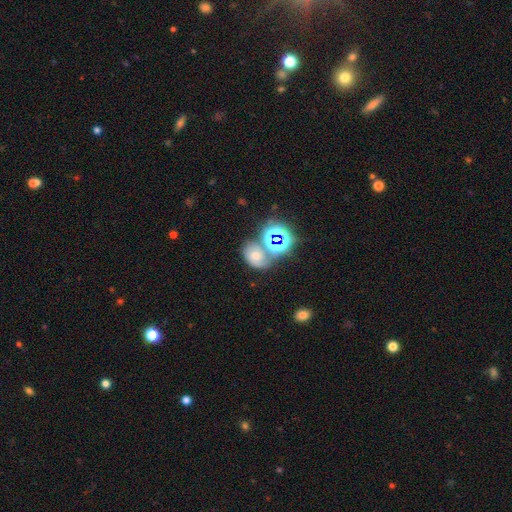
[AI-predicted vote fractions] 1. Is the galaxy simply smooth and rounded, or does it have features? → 41% smooth, 30% featured or disk, 29% star or artifact.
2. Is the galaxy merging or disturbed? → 44% none, 30% merger, 17% minor disturbance, 10% major disturbance.